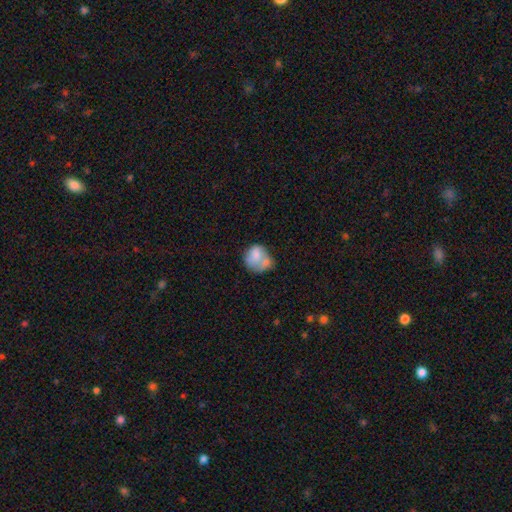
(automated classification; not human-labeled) smooth_or_featured: smooth (p=0.68) [alt: featured or disk p=0.25]
how_rounded: round (p=0.65) [alt: in between p=0.34]
merging: merger (p=0.44) [alt: none p=0.27]